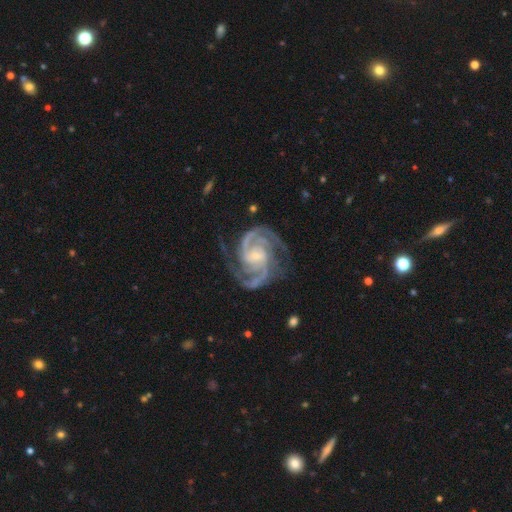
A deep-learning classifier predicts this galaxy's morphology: This appears to be a featured or disk galaxy (95%) with no bar (45%), 2 (51%) tight (48%) spiral arms (99%) and a small central bulge (70%). Merging: none (76%).